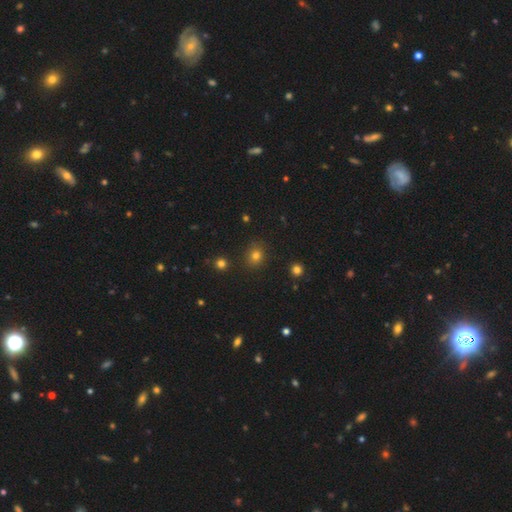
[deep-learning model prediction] Smooth or featured?
  - smooth: 76% *
  - star or artifact: 17%
  - featured or disk: 6%
How rounded?
  - round: 78% *
  - in between: 21%
  - cigar-shaped: 1%
Merging?
  - none: 87% *
  - minor disturbance: 8%
  - major disturbance: 3%
  - merger: 2%